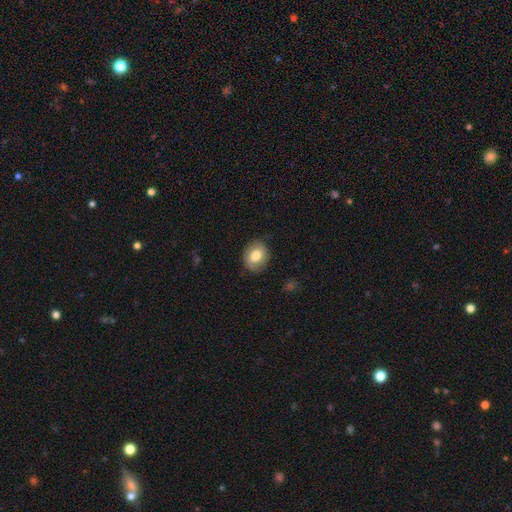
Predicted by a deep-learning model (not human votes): smooth_or_featured: smooth (p=0.77) [alt: featured or disk p=0.16]
how_rounded: round (p=0.51) [alt: in between p=0.48]
merging: none (p=0.82) [alt: minor disturbance p=0.13]